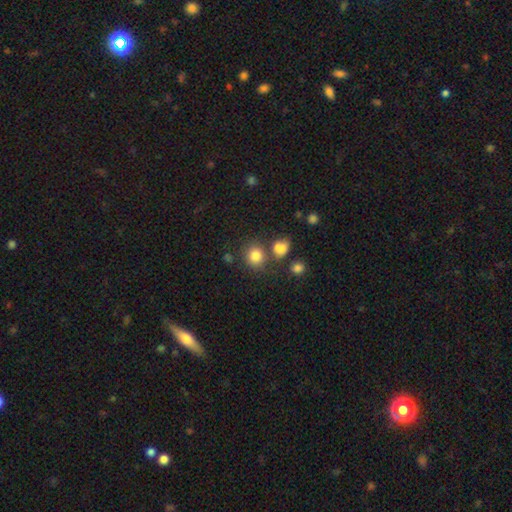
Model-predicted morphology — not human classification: smooth-or-featured: smooth: 82% | star or artifact: 12% | featured or disk: 6%
  how-rounded: round: 83% | in between: 16% | cigar-shaped: 1%
  merging: none: 69% | merger: 16% | minor disturbance: 11% | major disturbance: 4%